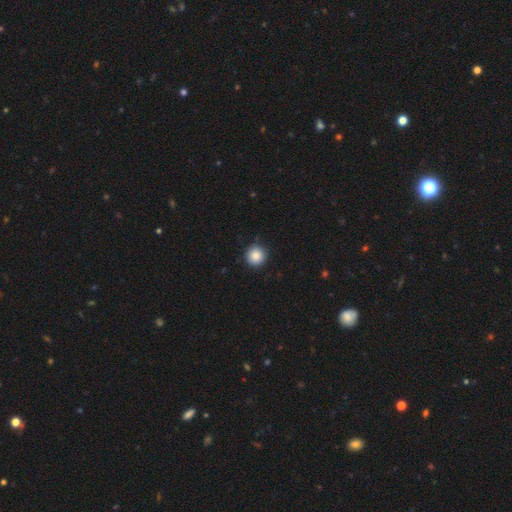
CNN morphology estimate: A smooth galaxy with no disk features (87%) that is round (95%). Merging: none (90%).